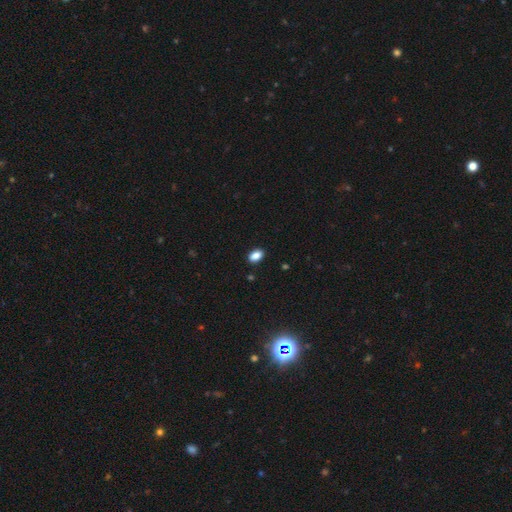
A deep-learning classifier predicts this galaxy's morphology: This appears to be a smooth galaxy with no disk features (87%) that is in between round and cigar-shaped (89%). Merging: none (89%).